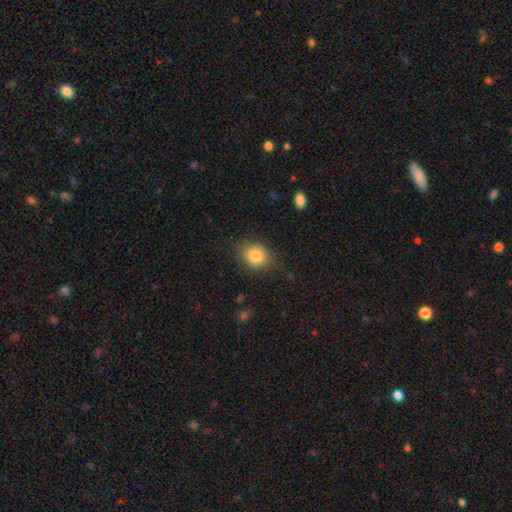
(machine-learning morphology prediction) A smooth galaxy with no disk features (82%) that is round (59%). Merging: none (75%).